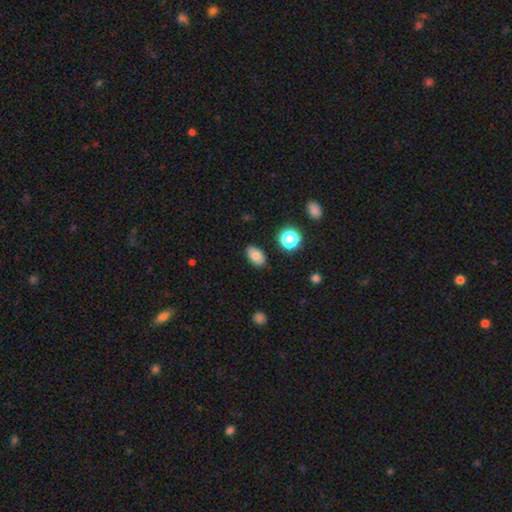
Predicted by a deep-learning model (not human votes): Q: Smooth or featured?
A: smooth (78%); runner-up: featured or disk (12%)
Q: How rounded?
A: in between (88%); runner-up: round (11%)
Q: Merging?
A: none (86%); runner-up: minor disturbance (10%)